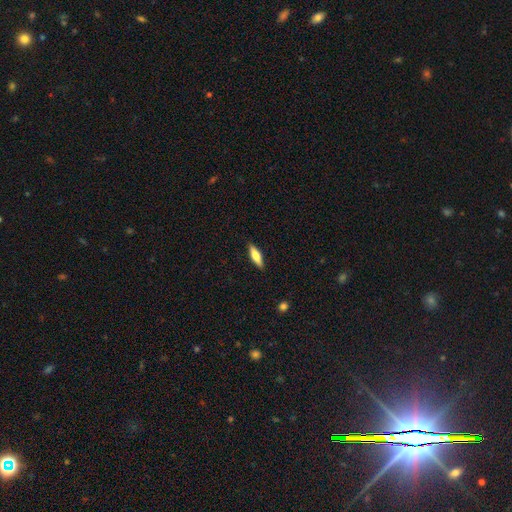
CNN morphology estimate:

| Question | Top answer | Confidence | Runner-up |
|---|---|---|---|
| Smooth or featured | smooth | 65% | featured or disk (28%) |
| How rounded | cigar-shaped | 54% | in between (43%) |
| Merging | none | 88% | minor disturbance (9%) |